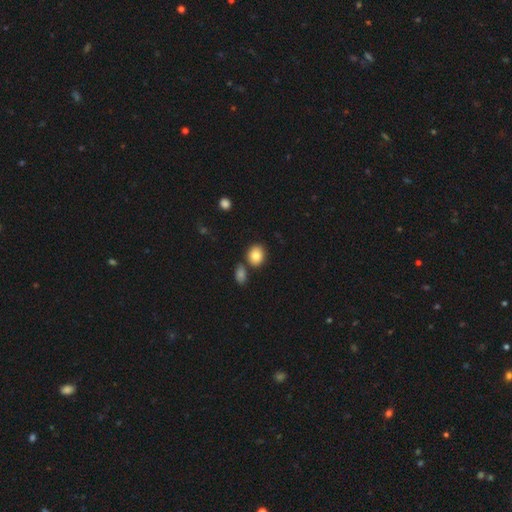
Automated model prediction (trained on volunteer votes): Morphology: type=smooth (85%); roundness=round (59%); merging=none (73%).